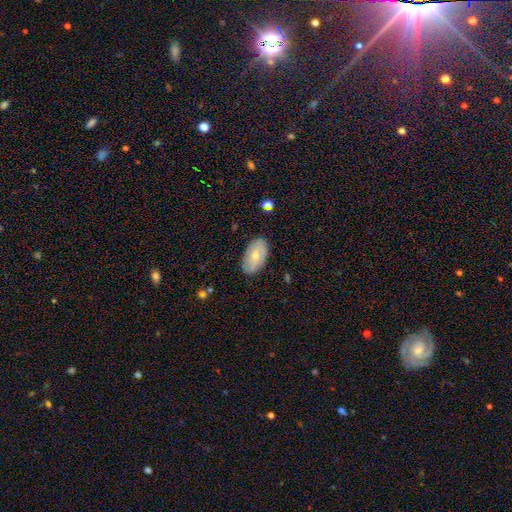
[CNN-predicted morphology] A smooth galaxy with no disk features (63%) that is in between round and cigar-shaped (94%).

Vote fractions:
- Smooth or featured? smooth: 63% / featured or disk: 31% / star or artifact: 6%
- How rounded? in between: 94% / round: 4% / cigar-shaped: 2%
- Merging? none: 85% / minor disturbance: 12% / major disturbance: 2% / merger: 1%